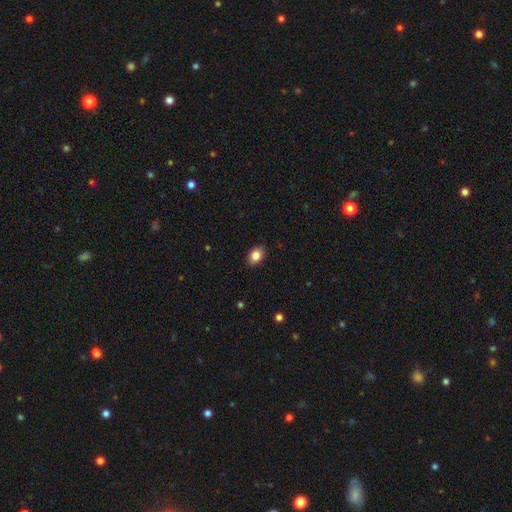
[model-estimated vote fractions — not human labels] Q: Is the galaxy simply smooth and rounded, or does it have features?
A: smooth — 86%.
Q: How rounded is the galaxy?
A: in between — 81%.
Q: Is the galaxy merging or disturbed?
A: none — 89%.